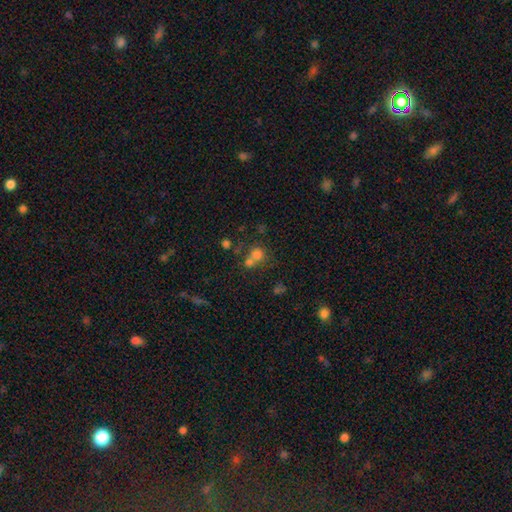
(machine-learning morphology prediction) This is likely a smooth galaxy (70%). How rounded: clearly round (85%). Merging: possibly merger (47%).